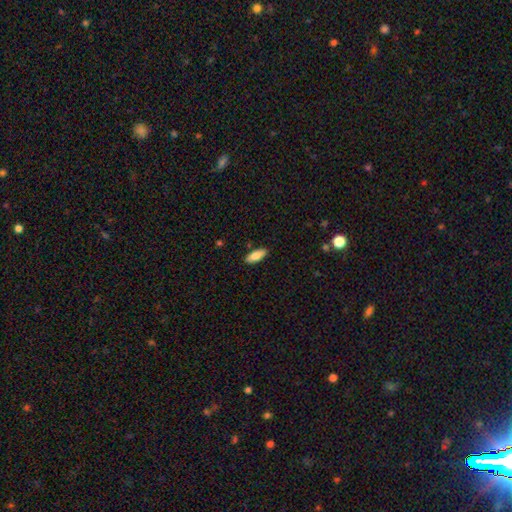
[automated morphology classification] Smooth or featured: smooth — 85% (featured or disk — 9%)
How rounded: in between — 75% (cigar-shaped — 23%)
Merging: none — 87% (minor disturbance — 10%)